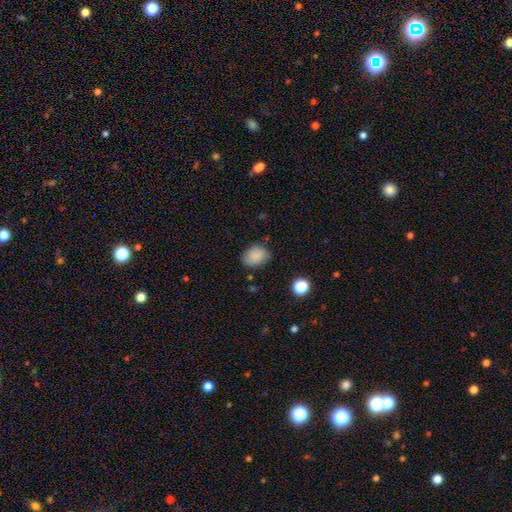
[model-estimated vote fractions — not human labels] Smooth or featured? smooth (86%)
How rounded? in between (66%)
Merging? none (73%)